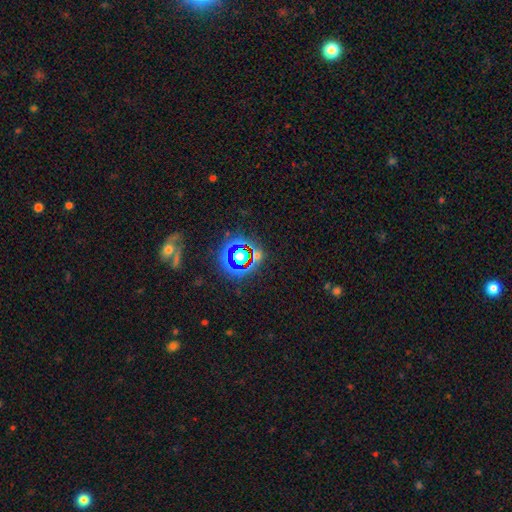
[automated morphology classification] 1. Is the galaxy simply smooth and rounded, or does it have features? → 72% star or artifact, 16% smooth, 12% featured or disk.